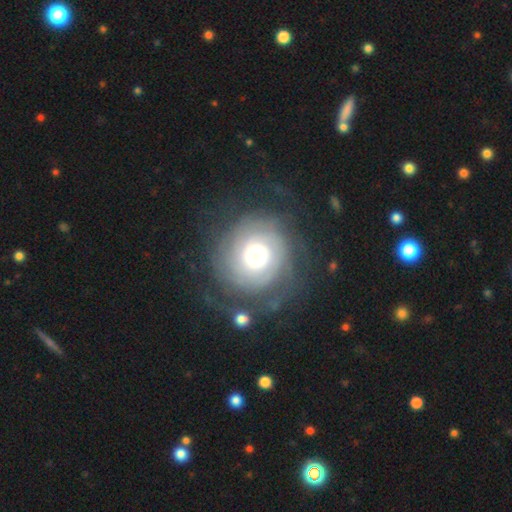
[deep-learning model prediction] The model was most divided on "bulge size": moderate: 47%, large: 40%, dominant: 6%, small: 6%, none: 1%. Remaining: edge-on disk — no (98%); spiral arms — yes (91%); bar — no (83%); smooth or featured — featured or disk (76%); spiral winding — tight (74%); merging — none (72%); spiral arm count — can't tell (35%).